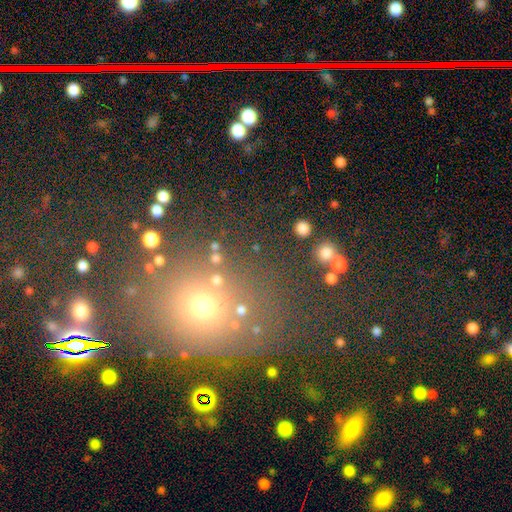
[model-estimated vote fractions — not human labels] This is possibly a smooth galaxy (48%). Merging: likely none (72%).